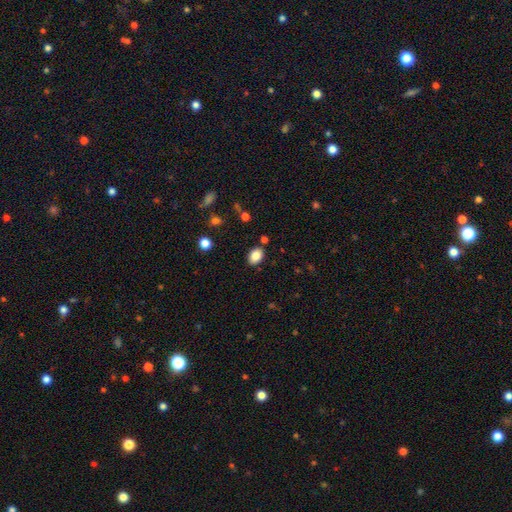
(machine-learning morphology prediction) type=smooth (85%); roundness=in between (77%); merging=none (84%).